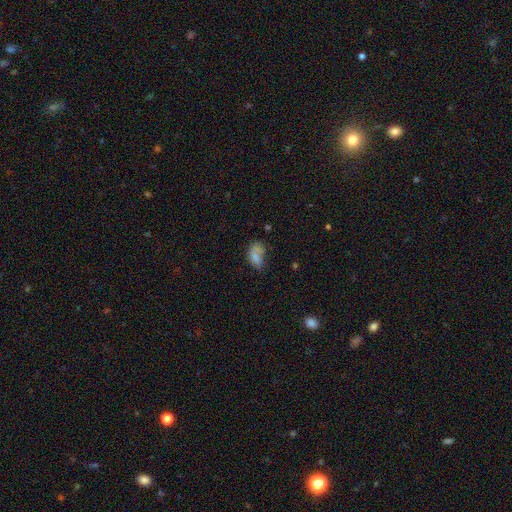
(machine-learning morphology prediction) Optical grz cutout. It shows a smooth galaxy with no disk features (73%) that is in between round and cigar-shaped (89%). Merging: none (33%).